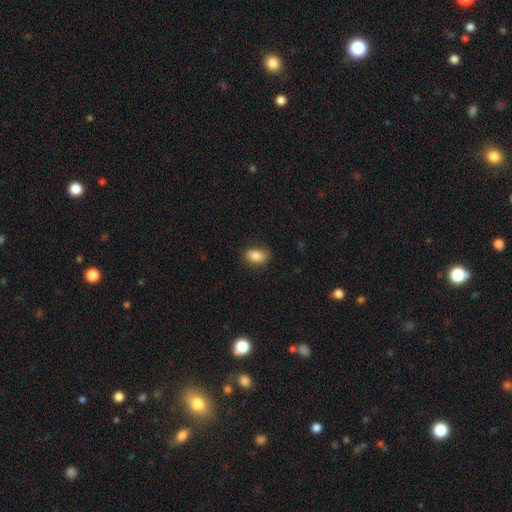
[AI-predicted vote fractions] Smooth or featured? smooth (82%)
How rounded? in between (84%)
Merging? none (76%)